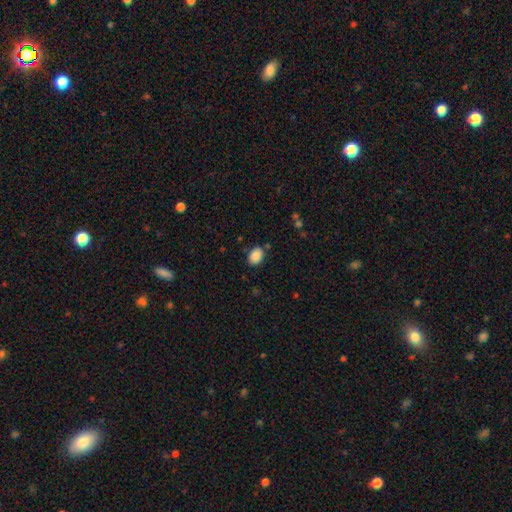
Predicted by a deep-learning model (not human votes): smooth_or_featured: smooth (p=0.89) [alt: star or artifact p=0.08]
how_rounded: in between (p=0.77) [alt: round p=0.22]
merging: none (p=0.81) [alt: minor disturbance p=0.13]